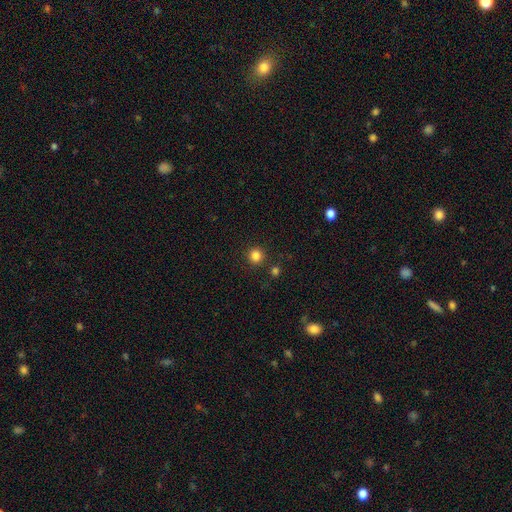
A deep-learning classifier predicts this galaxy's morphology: A smooth galaxy with no disk features (84%) that is round (94%).

Vote fractions:
- Smooth or featured? smooth: 84% / star or artifact: 13% / featured or disk: 4%
- How rounded? round: 94% / in between: 5% / cigar-shaped: 1%
- Merging? none: 89% / minor disturbance: 6% / merger: 4% / major disturbance: 2%